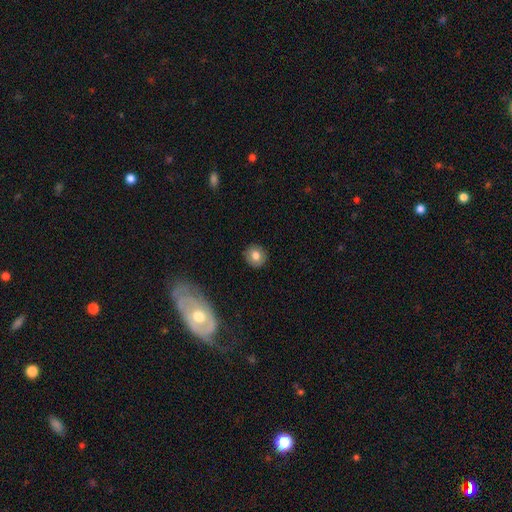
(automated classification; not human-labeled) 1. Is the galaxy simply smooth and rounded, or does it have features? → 77% smooth, 14% featured or disk, 9% star or artifact.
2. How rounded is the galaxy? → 89% round, 10% in between, 1% cigar-shaped.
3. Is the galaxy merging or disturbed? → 89% none, 8% minor disturbance, 2% major disturbance, 1% merger.